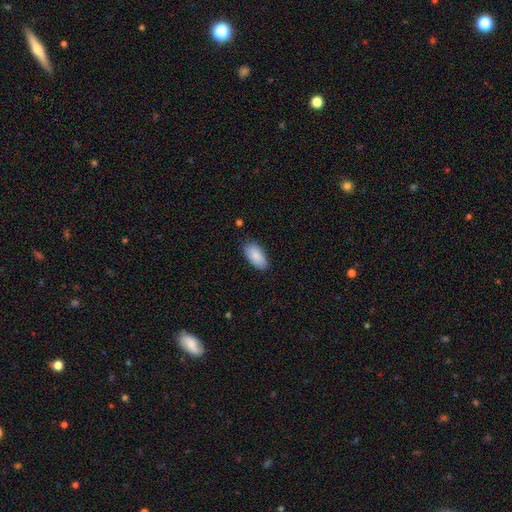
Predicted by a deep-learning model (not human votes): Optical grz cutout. It shows a smooth galaxy with no disk features (89%) that is in between round and cigar-shaped (93%). Merging: none (84%).